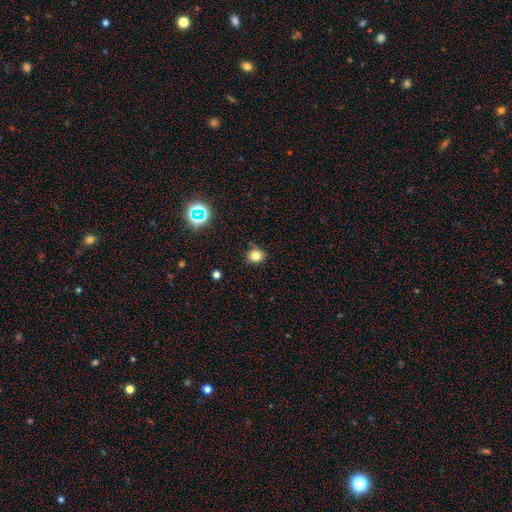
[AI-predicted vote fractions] Smooth or featured: smooth — 78% (star or artifact — 15%)
How rounded: round — 83% (in between — 16%)
Merging: none — 85% (minor disturbance — 11%)